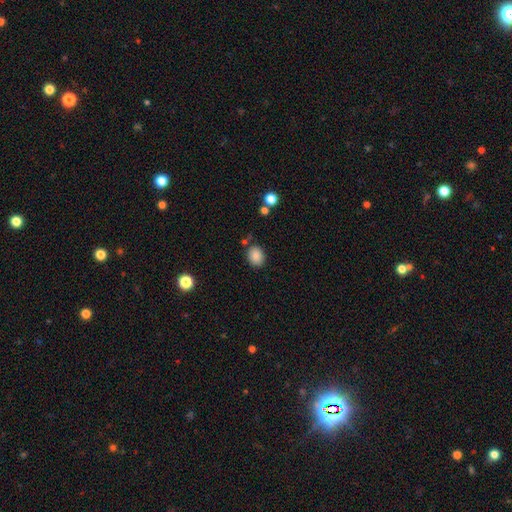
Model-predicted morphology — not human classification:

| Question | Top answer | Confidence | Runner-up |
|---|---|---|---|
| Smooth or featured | smooth | 86% | star or artifact (9%) |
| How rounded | round | 54% | in between (45%) |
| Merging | none | 81% | minor disturbance (12%) |